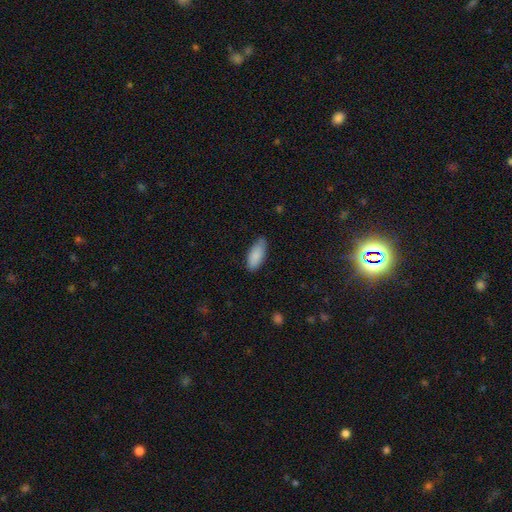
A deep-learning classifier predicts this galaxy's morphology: A smooth galaxy with no disk features (88%) that is in between round and cigar-shaped (81%). Merging: none (75%).